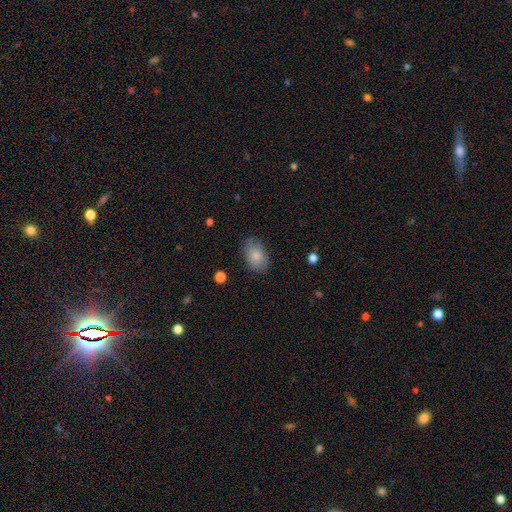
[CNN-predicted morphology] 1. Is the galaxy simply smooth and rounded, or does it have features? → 82% smooth, 12% featured or disk, 7% star or artifact.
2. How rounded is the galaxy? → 88% in between, 11% round, 1% cigar-shaped.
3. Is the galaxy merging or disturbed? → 82% none, 14% minor disturbance, 3% major disturbance, 1% merger.